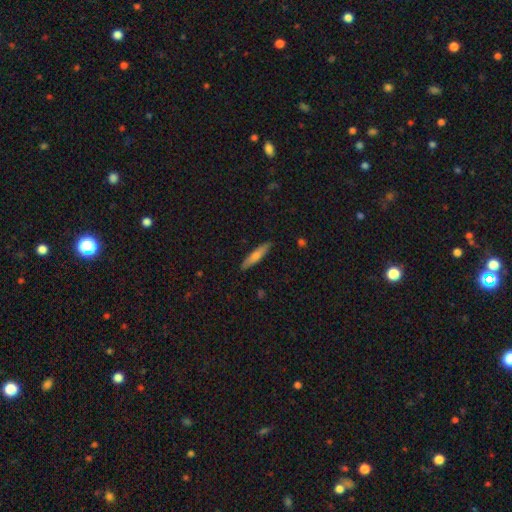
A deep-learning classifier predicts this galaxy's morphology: type=smooth (63%); roundness=cigar-shaped (85%); merging=none (90%).